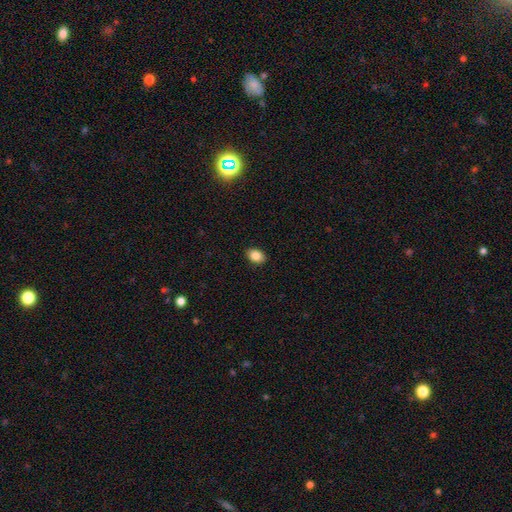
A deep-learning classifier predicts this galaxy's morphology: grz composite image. It shows a smooth galaxy with no disk features (86%) that is in between round and cigar-shaped (76%). Merging: none (89%).